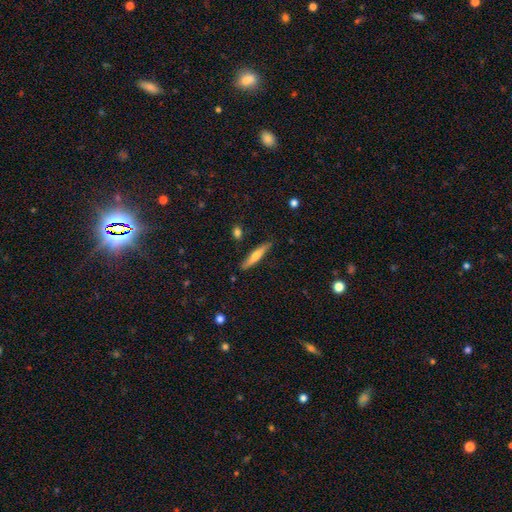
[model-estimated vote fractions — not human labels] Smooth or featured? smooth (58%)
How rounded? cigar-shaped (89%)
Merging? none (85%)